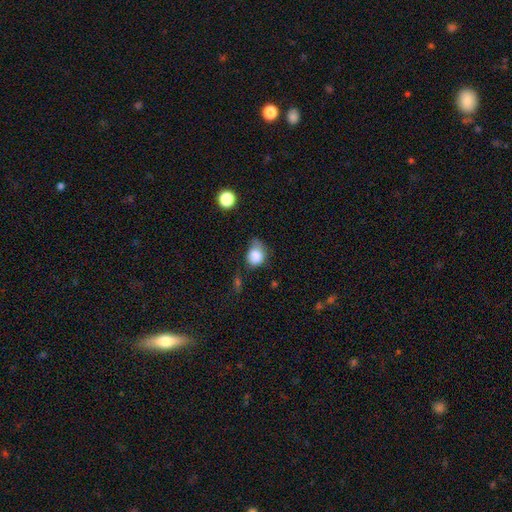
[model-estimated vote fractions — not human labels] Smooth or featured?
  - smooth: 82% *
  - star or artifact: 9%
  - featured or disk: 8%
How rounded?
  - round: 51% *
  - in between: 48%
  - cigar-shaped: 1%
Merging?
  - minor disturbance: 43% *
  - none: 34%
  - major disturbance: 19%
  - merger: 4%